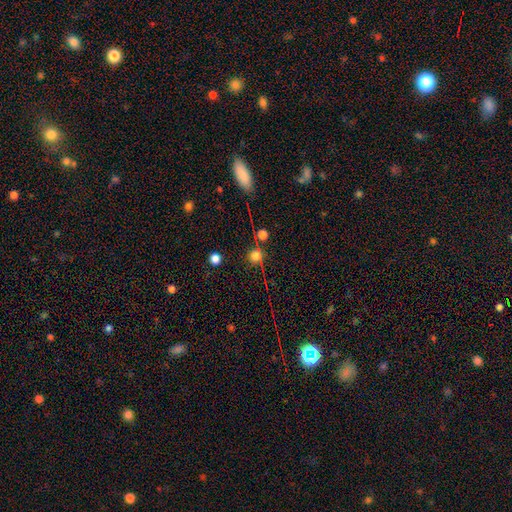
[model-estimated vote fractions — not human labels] Q: Smooth or featured?
A: smooth (70%); runner-up: star or artifact (21%)
Q: How rounded?
A: round (92%); runner-up: in between (6%)
Q: Merging?
A: none (72%); runner-up: merger (13%)